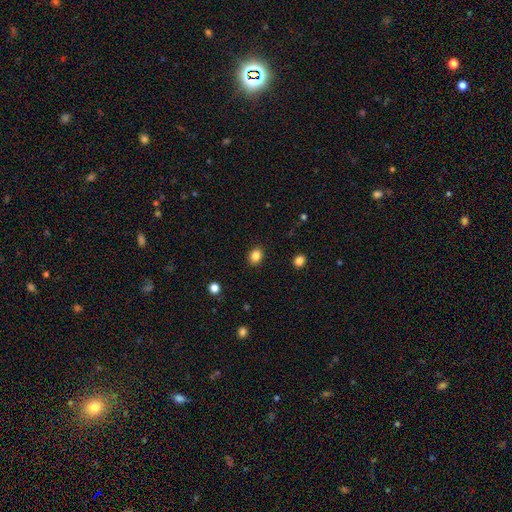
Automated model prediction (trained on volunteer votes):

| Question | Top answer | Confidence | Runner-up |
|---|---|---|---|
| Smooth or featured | smooth | 85% | star or artifact (11%) |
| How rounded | round | 54% | in between (45%) |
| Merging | none | 90% | minor disturbance (7%) |